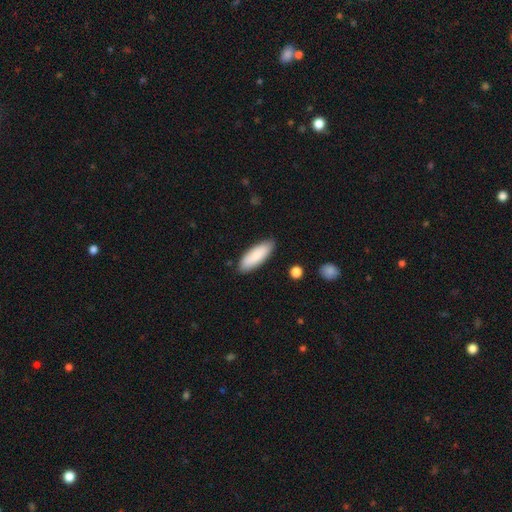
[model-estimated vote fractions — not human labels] smooth 87%, featured or disk 8%, star or artifact 5%. Down the decision tree: how rounded — in between (64%); merging — none (86%).